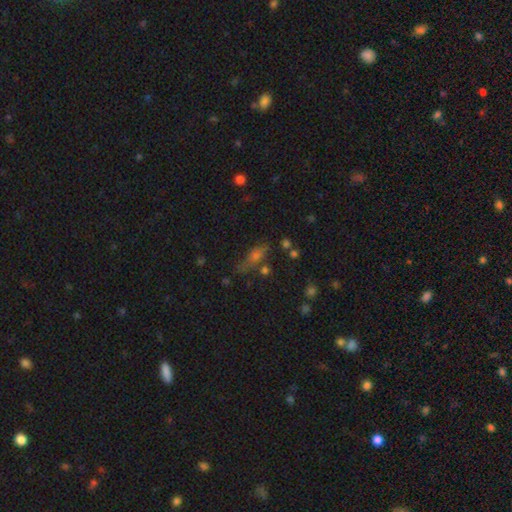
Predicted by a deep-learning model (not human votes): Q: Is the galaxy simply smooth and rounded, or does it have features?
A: smooth — 53%.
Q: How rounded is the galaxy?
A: in between — 51%.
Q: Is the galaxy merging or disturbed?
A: none — 58%.